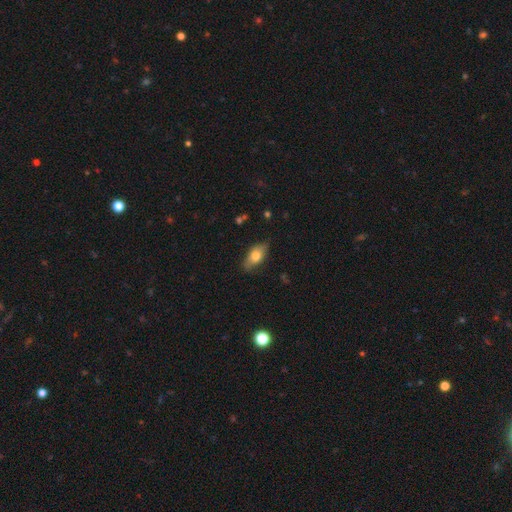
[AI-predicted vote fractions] Smooth or featured? Predicted: smooth (p=0.69). How rounded? Predicted: in between (p=0.84). Merging? Predicted: none (p=0.81).